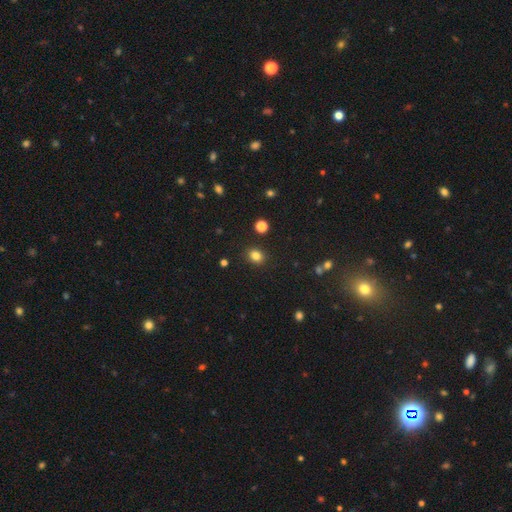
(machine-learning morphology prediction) The model was most divided on "how rounded": round: 62%, in between: 37%, cigar-shaped: 1%. More confident: merging — none (89%); smooth or featured — smooth (82%).